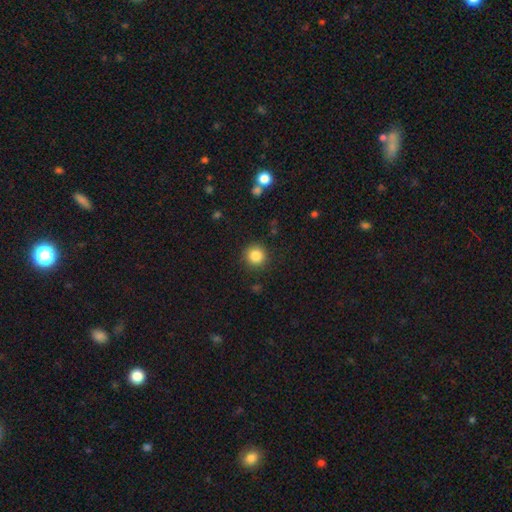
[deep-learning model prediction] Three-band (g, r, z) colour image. It shows a smooth galaxy with no disk features (85%) that is round (93%). Merging: none (88%).